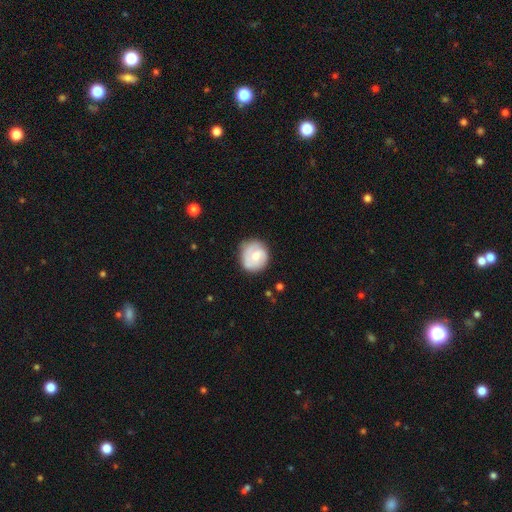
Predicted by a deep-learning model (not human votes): A smooth galaxy with no disk features (51%) that is round (83%).

Vote fractions:
- Smooth or featured? smooth: 51% / featured or disk: 43% / star or artifact: 6%
- How rounded? round: 83% / in between: 17% / cigar-shaped: 1%
- Merging? none: 68% / minor disturbance: 22% / major disturbance: 7% / merger: 2%